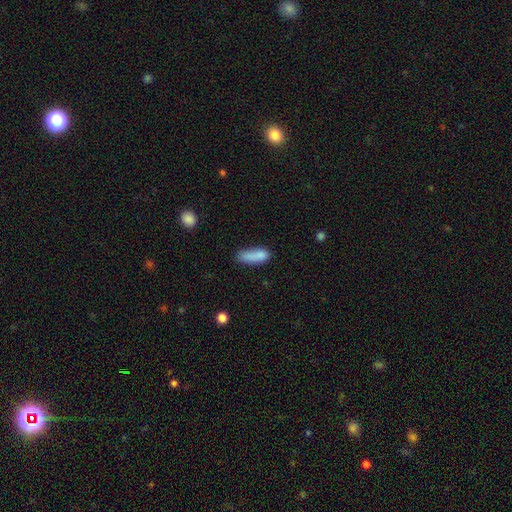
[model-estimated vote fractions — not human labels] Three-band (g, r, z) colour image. It shows a smooth galaxy with no disk features (83%) that is in between round and cigar-shaped (57%). Merging: none (49%).